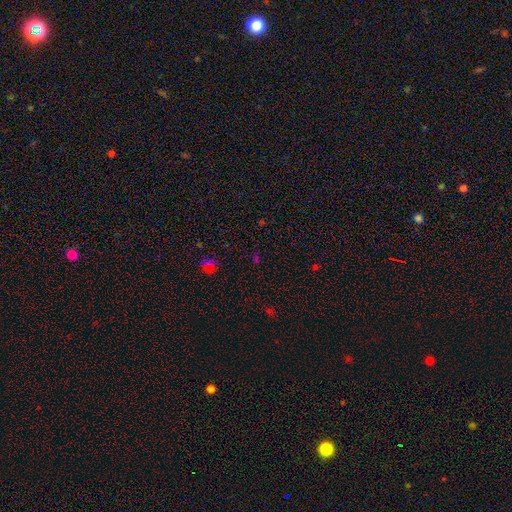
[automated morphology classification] This is possibly a star or artifact rather than a galaxy (57%).